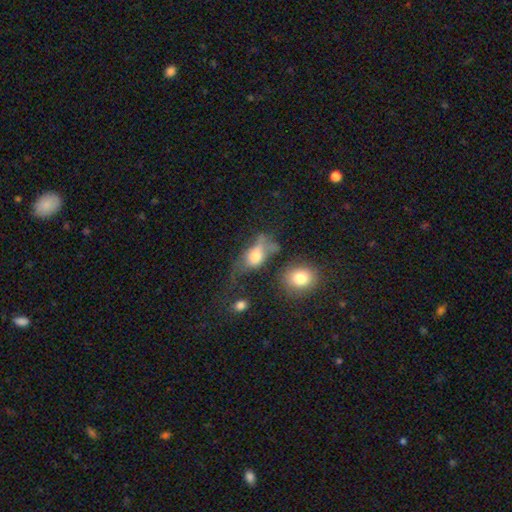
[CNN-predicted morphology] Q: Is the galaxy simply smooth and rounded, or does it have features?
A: smooth — 63%.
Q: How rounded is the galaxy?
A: in between — 80%.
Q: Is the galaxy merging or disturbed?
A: major disturbance — 42%.